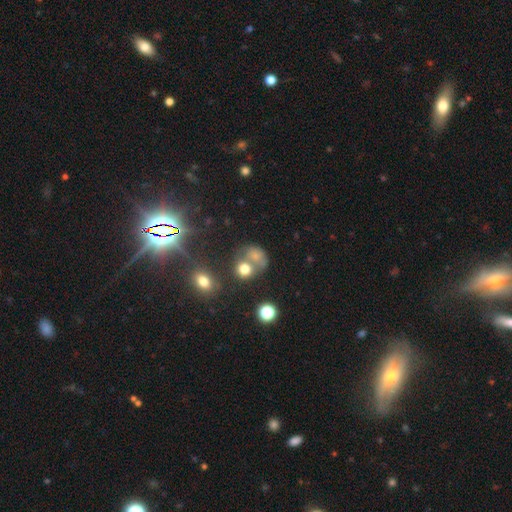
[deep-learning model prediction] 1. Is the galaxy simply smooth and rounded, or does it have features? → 65% smooth, 19% star or artifact, 17% featured or disk.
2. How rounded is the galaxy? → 60% round, 39% in between, 1% cigar-shaped.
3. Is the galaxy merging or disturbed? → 43% merger, 31% none, 13% minor disturbance, 12% major disturbance.